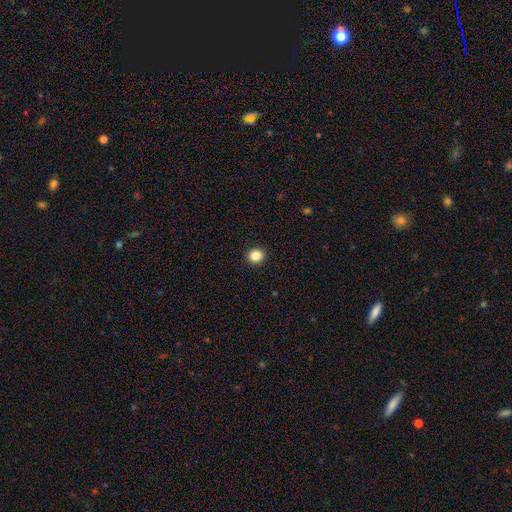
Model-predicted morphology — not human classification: This appears to be a smooth galaxy with no disk features (86%) that is round (89%). Merging: none (93%).